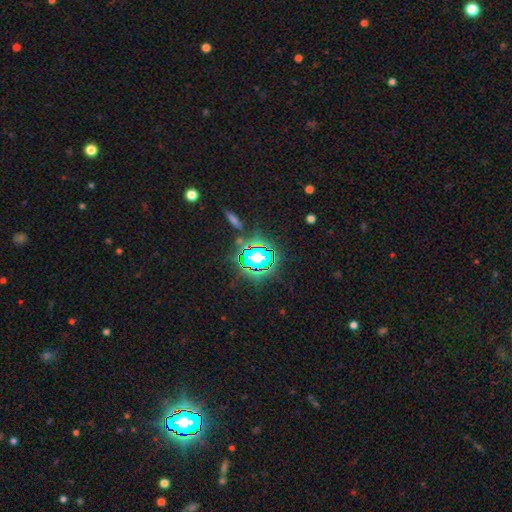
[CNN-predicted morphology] This is likely a star or artifact rather than a galaxy (66%).